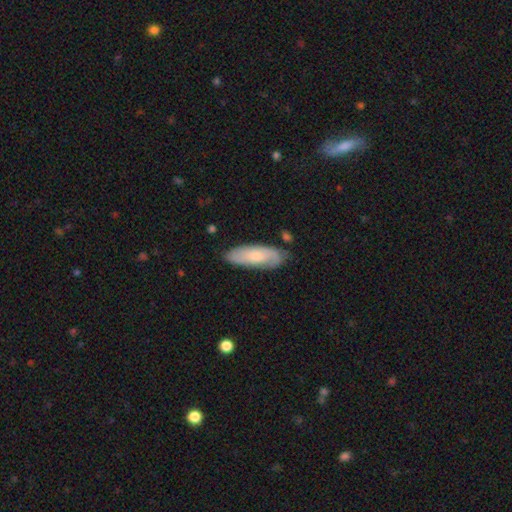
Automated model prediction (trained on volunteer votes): This appears to be a smooth galaxy with no disk features (58%) that is in between round and cigar-shaped (64%). Merging: none (77%).